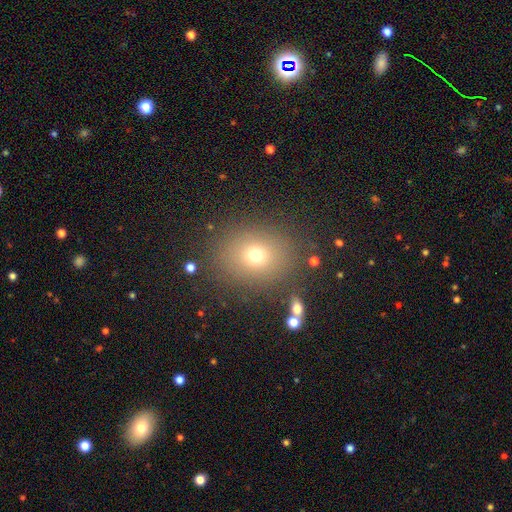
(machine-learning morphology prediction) smooth 70%, star or artifact 18%, featured or disk 12%. Down the decision tree: how rounded — round (66%); merging — none (84%).